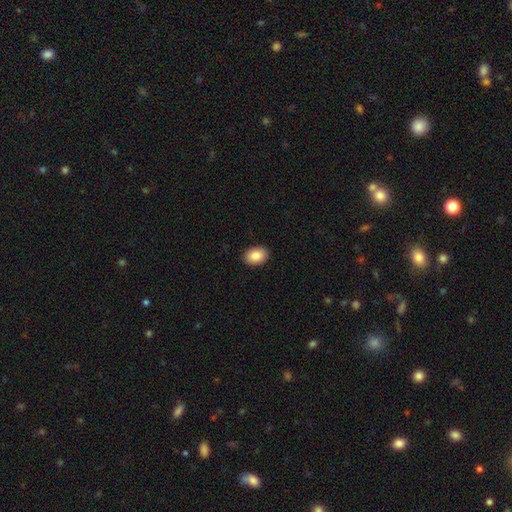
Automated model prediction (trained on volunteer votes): A smooth galaxy with no disk features (87%) that is in between round and cigar-shaped (79%).

Vote fractions:
- Smooth or featured? smooth: 87% / star or artifact: 7% / featured or disk: 6%
- How rounded? in between: 79% / round: 20% / cigar-shaped: 1%
- Merging? none: 91% / minor disturbance: 7% / major disturbance: 2% / merger: 1%